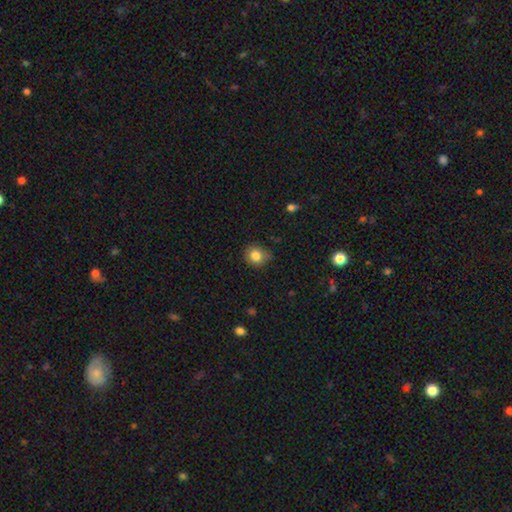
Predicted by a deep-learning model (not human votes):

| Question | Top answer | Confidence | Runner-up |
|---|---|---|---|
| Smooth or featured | smooth | 83% | star or artifact (10%) |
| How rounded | round | 75% | in between (24%) |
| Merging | none | 76% | minor disturbance (19%) |